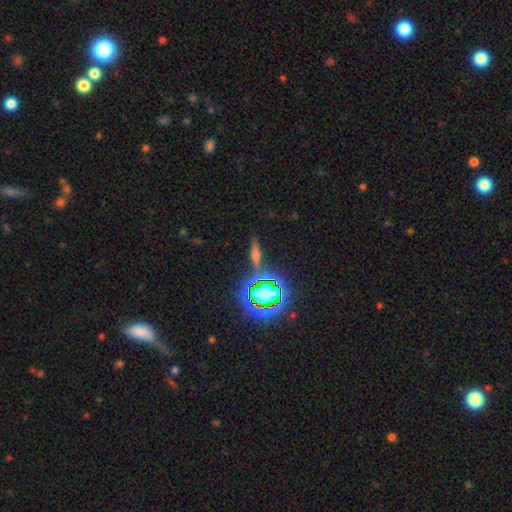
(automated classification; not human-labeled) Smooth or featured: smooth — 36% (star or artifact — 33%)
Merging: none — 81% (minor disturbance — 10%)